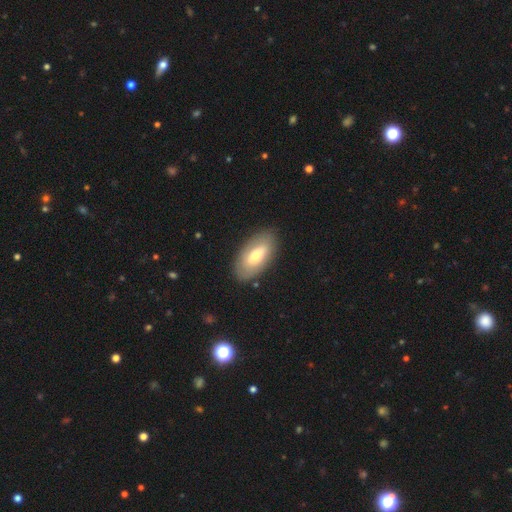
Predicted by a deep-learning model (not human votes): Q: Smooth or featured?
A: smooth (60%); runner-up: featured or disk (34%)
Q: How rounded?
A: in between (91%); runner-up: cigar-shaped (6%)
Q: Merging?
A: none (85%); runner-up: minor disturbance (11%)